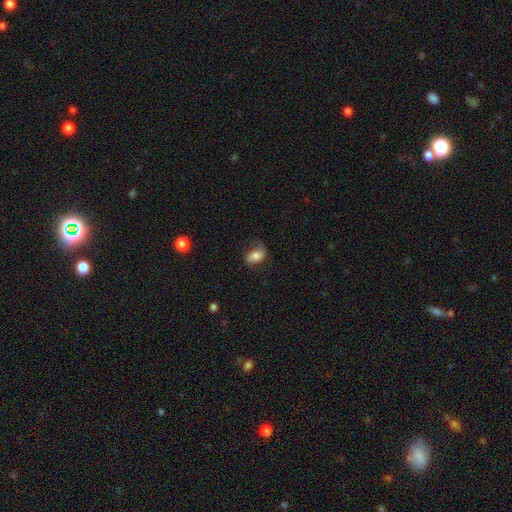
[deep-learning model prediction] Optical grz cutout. It shows a smooth galaxy with no disk features (57%) that is in between round and cigar-shaped (82%). Merging: none (62%).